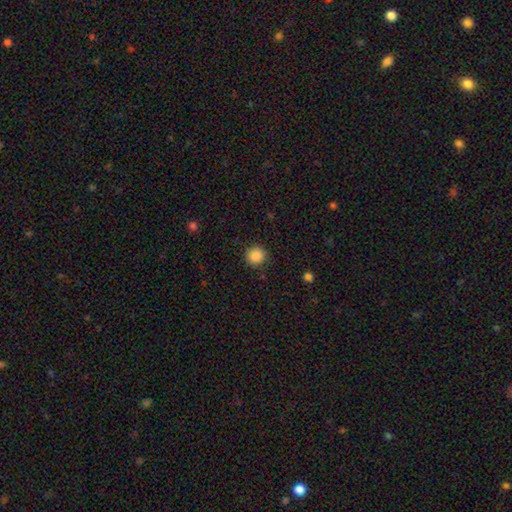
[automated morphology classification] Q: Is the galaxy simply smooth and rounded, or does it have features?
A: smooth — 87%.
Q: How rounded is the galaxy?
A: round — 91%.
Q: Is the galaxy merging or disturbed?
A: none — 90%.